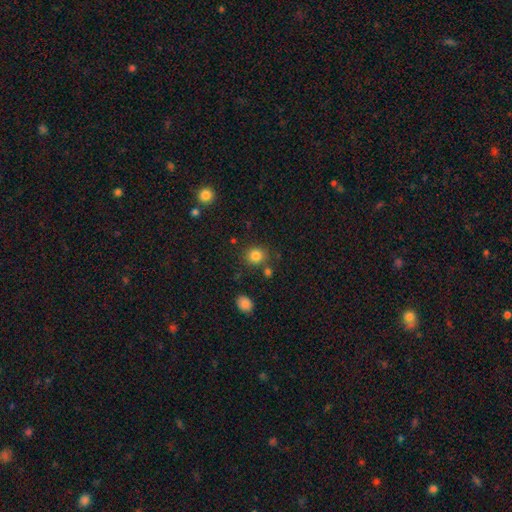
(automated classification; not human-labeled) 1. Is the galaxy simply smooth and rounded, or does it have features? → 82% smooth, 12% star or artifact, 6% featured or disk.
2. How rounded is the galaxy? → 82% round, 17% in between, 1% cigar-shaped.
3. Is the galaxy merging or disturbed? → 79% none, 10% minor disturbance, 7% merger, 4% major disturbance.